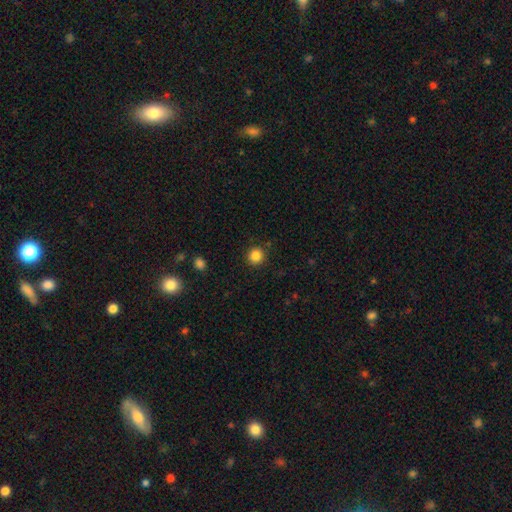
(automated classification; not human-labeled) Q: Smooth or featured?
A: smooth (85%); runner-up: star or artifact (11%)
Q: How rounded?
A: round (93%); runner-up: in between (6%)
Q: Merging?
A: none (90%); runner-up: minor disturbance (7%)